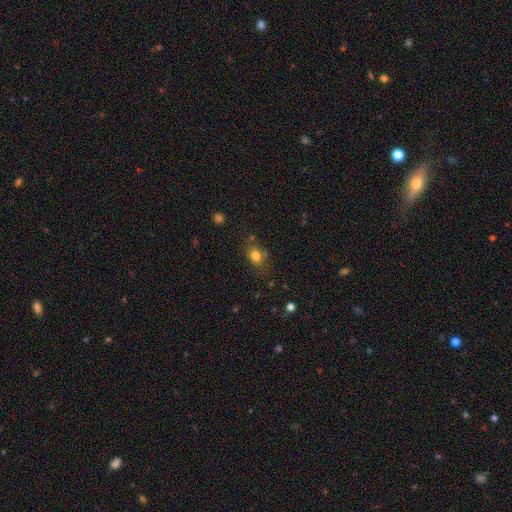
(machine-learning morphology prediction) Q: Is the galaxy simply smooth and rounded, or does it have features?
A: smooth — 79%.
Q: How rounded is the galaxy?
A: in between — 57%.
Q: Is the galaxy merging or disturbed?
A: none — 70%.